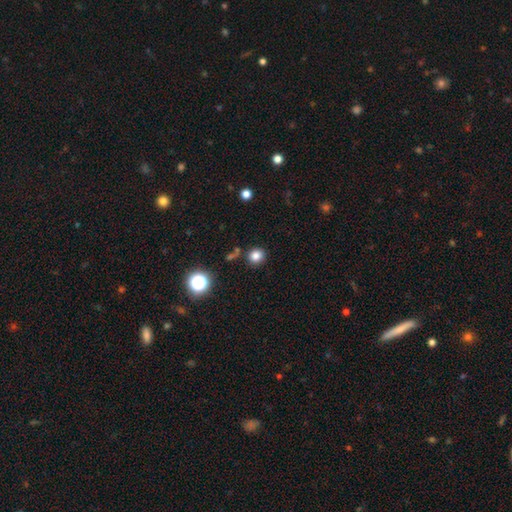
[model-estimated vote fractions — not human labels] Overall: smooth (82%). How rounded: round (88%). Merging: none (84%).